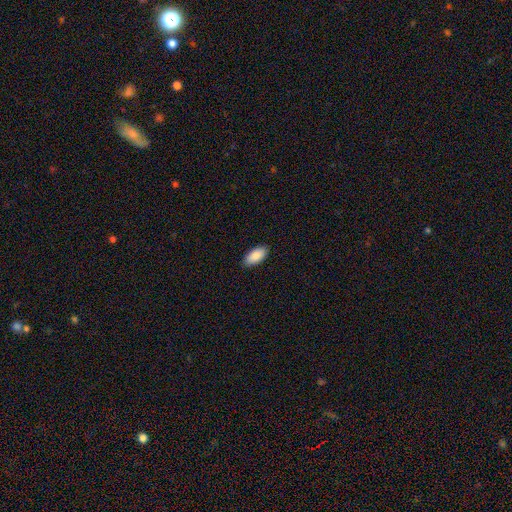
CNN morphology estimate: smooth 87%, featured or disk 7%, star or artifact 6%. Down the decision tree: how rounded — in between (94%); merging — none (89%).